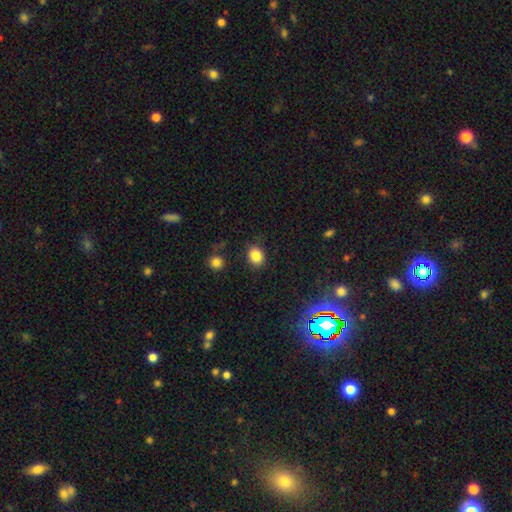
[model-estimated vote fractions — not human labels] smooth-or-featured: smooth: 84% | star or artifact: 11% | featured or disk: 4%
  how-rounded: round: 65% | in between: 34% | cigar-shaped: 1%
  merging: none: 85% | minor disturbance: 10% | major disturbance: 3% | merger: 2%